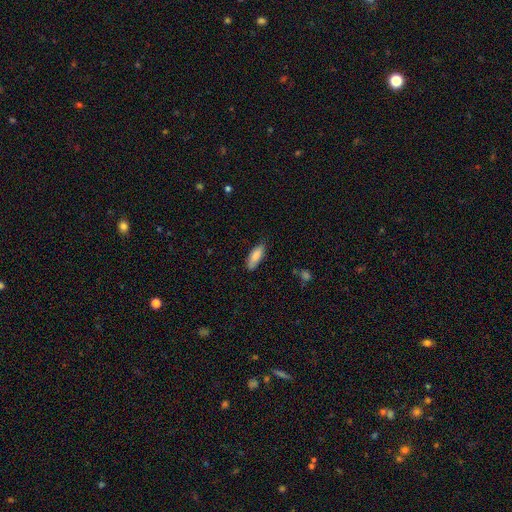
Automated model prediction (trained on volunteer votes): smooth-or-featured: smooth: 84% | featured or disk: 10% | star or artifact: 6%
  how-rounded: in between: 70% | cigar-shaped: 28% | round: 2%
  merging: none: 78% | minor disturbance: 18% | major disturbance: 3% | merger: 1%